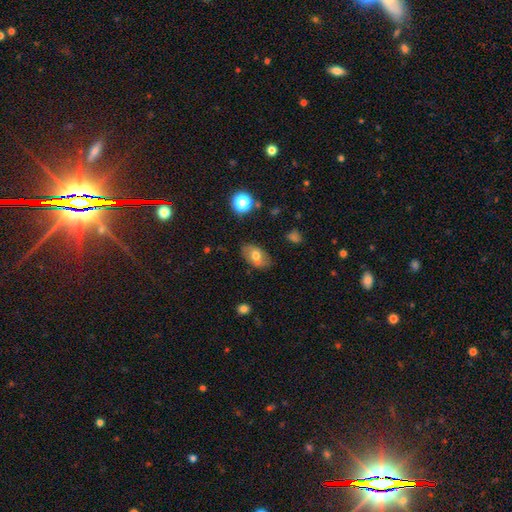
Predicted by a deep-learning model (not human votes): A smooth galaxy with no disk features (66%) that is in between round and cigar-shaped (89%). Merging: none (80%).